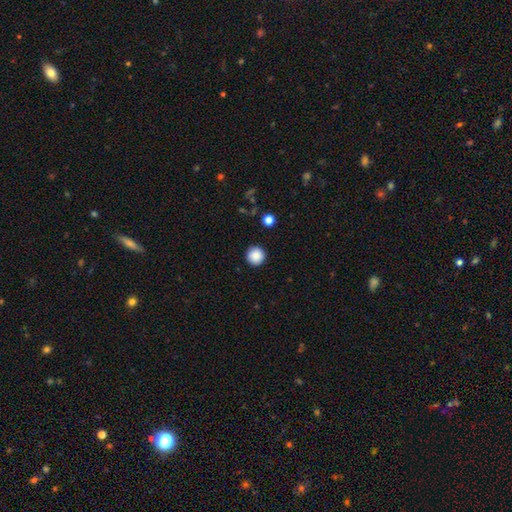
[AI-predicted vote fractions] This is clearly a smooth galaxy (88%). How rounded: clearly round (96%). Merging: clearly none (92%).